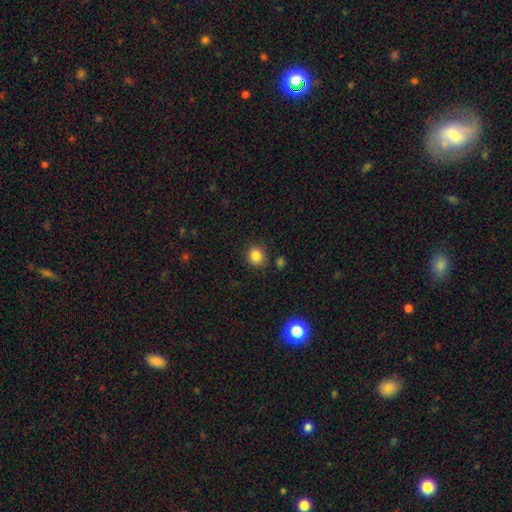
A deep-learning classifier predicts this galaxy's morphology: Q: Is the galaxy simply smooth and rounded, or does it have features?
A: smooth — 85%.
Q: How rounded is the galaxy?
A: round — 89%.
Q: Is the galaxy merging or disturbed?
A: none — 85%.